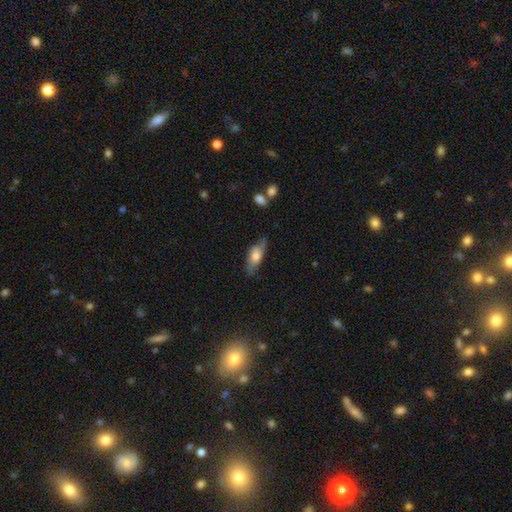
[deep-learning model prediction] This appears to be a smooth galaxy with no disk features (57%) that is in between round and cigar-shaped (77%). Merging: none (58%).